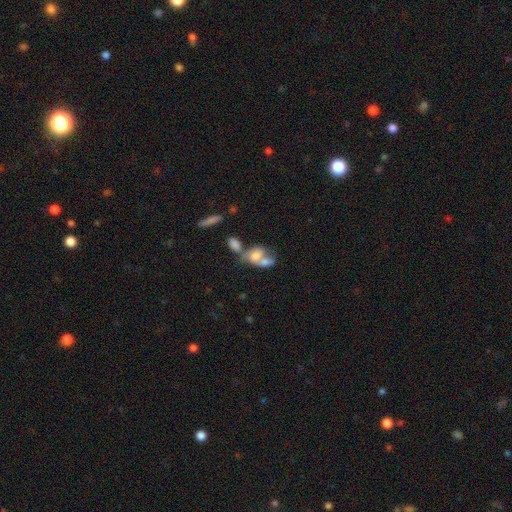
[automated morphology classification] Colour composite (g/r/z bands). It shows a smooth galaxy with no disk features (59%) that is in between round and cigar-shaped (81%). Merging: merger (62%).